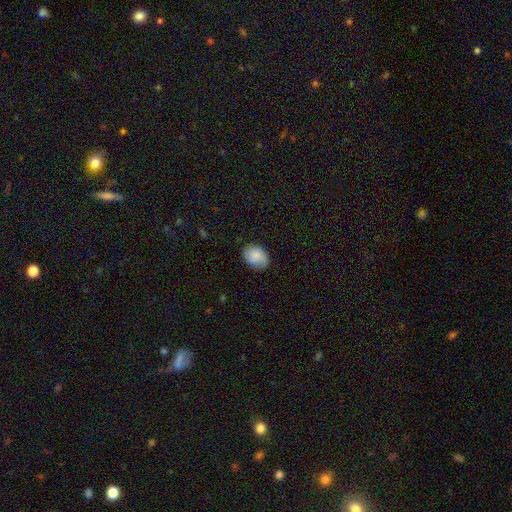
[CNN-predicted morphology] Smooth or featured: smooth — 81% (featured or disk — 12%)
How rounded: in between — 70% (round — 29%)
Merging: none — 78% (minor disturbance — 17%)